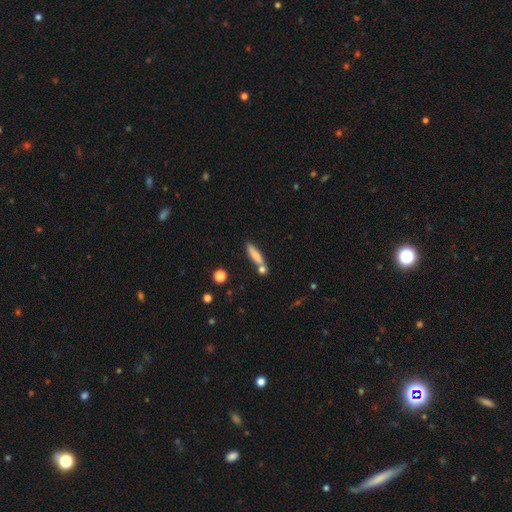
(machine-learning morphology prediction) This is likely a smooth galaxy (70%). How rounded: clearly cigar-shaped (83%). Merging: likely none (69%).